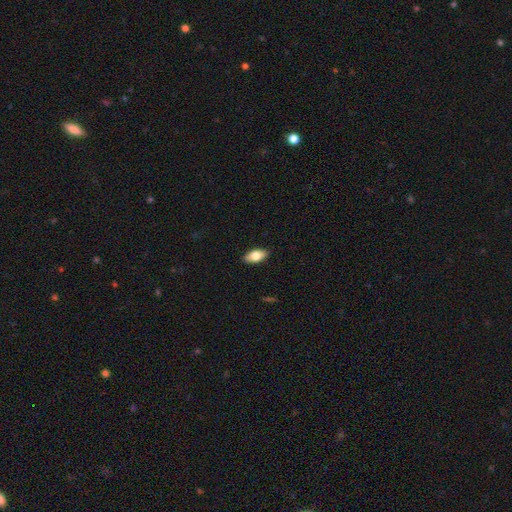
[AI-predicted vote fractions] Morphology: type=smooth (76%); roundness=in between (89%); merging=none (90%).